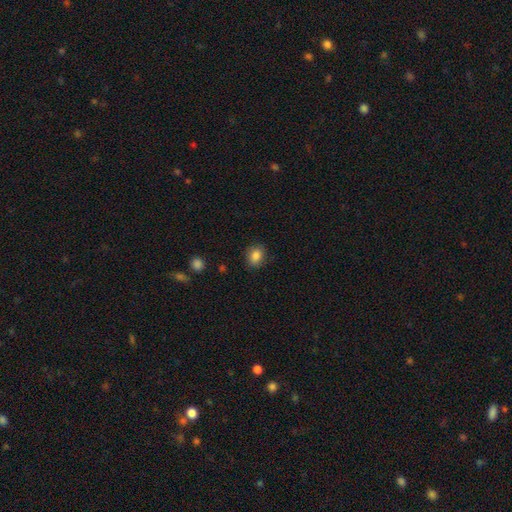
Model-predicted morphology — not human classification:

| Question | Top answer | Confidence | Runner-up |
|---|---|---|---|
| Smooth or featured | smooth | 85% | star or artifact (9%) |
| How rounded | round | 50% | in between (49%) |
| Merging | none | 84% | minor disturbance (12%) |